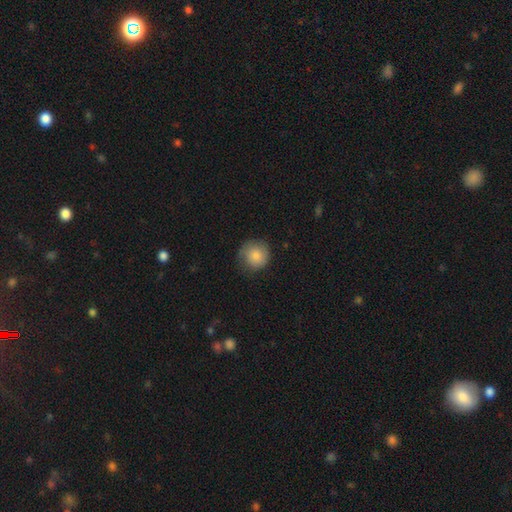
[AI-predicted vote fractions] Smooth or featured? Predicted: smooth (p=0.83). How rounded? Predicted: round (p=0.90). Merging? Predicted: none (p=0.69).